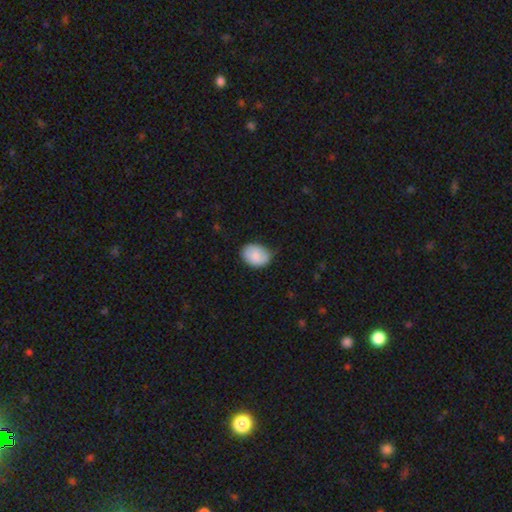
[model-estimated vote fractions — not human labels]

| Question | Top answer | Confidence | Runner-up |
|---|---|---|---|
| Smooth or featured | smooth | 83% | featured or disk (10%) |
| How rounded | in between | 68% | round (31%) |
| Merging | none | 64% | minor disturbance (30%) |